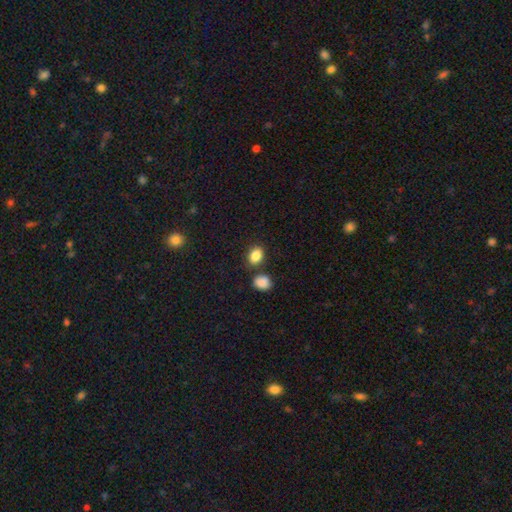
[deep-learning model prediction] Smooth or featured: smooth — 86% (star or artifact — 9%)
How rounded: in between — 67% (round — 32%)
Merging: none — 72% (merger — 14%)